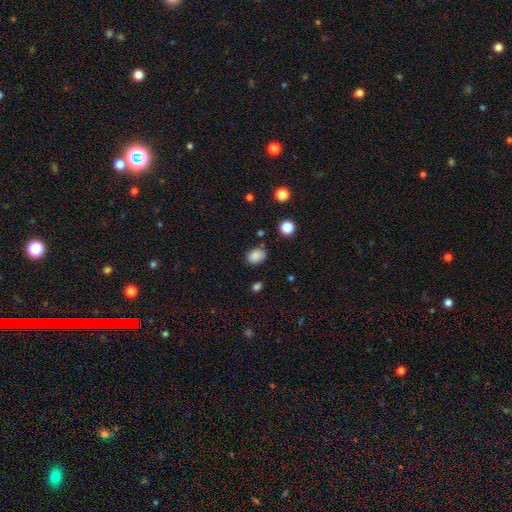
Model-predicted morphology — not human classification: This appears to be a smooth galaxy with no disk features (85%) that is in between round and cigar-shaped (62%). Merging: none (77%).